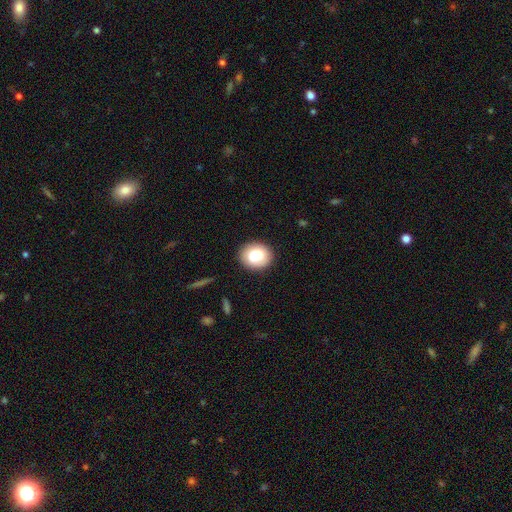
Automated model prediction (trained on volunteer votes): smooth-or-featured: smooth: 84% | featured or disk: 8% | star or artifact: 8%
  how-rounded: round: 58% | in between: 41% | cigar-shaped: 1%
  merging: none: 86% | minor disturbance: 10% | major disturbance: 3% | merger: 1%